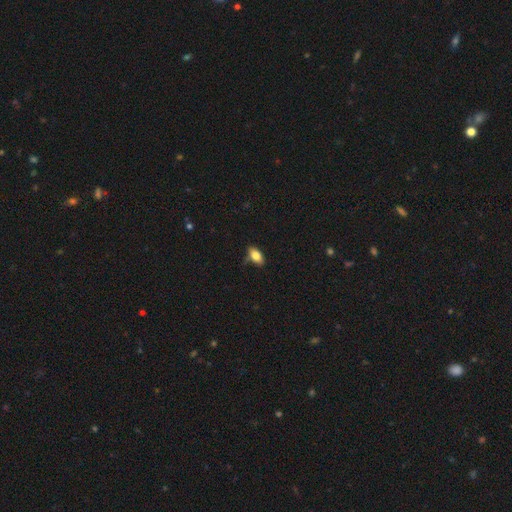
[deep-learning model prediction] A smooth galaxy with no disk features (81%) that is in between round and cigar-shaped (90%). Merging: none (74%).